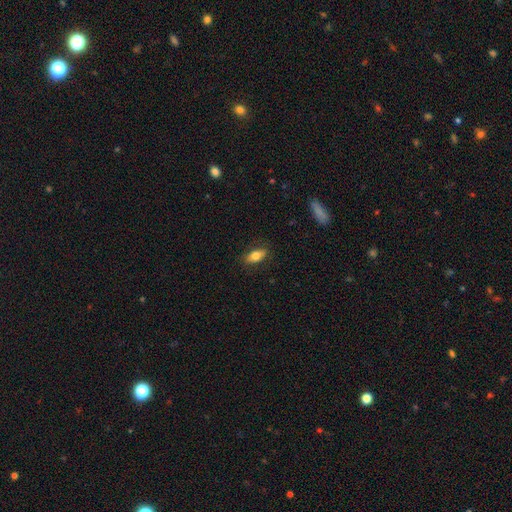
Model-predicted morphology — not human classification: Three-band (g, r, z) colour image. It shows a smooth galaxy with no disk features (74%) that is in between round and cigar-shaped (82%). Merging: none (84%).